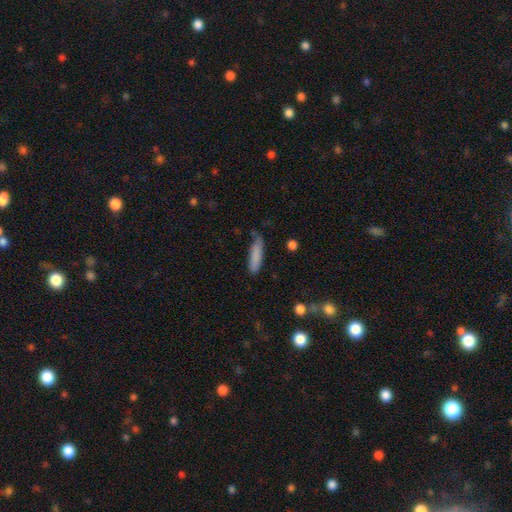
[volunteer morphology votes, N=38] A smooth galaxy with no disk features (87%) that is cigar-shaped (85%). Merging: none (54%).